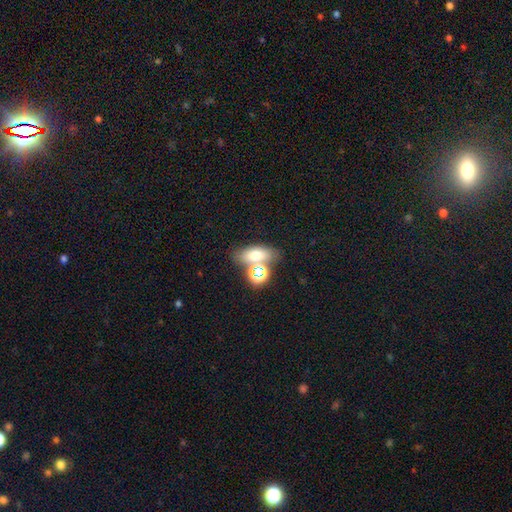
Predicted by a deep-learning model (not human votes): Smooth or featured? smooth (67%)
How rounded? in between (73%)
Merging? none (58%)